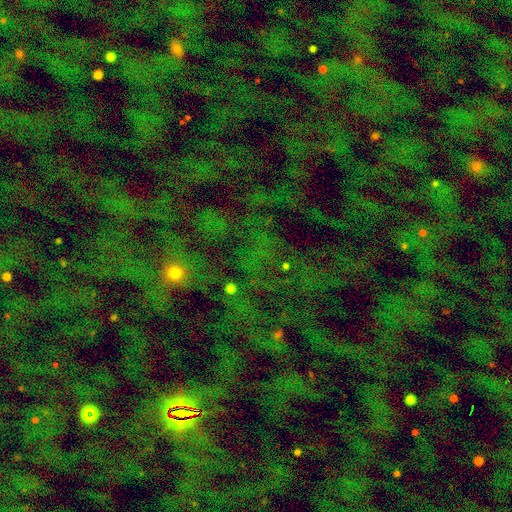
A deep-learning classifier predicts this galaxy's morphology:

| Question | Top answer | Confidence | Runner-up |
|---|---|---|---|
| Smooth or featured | star or artifact | 70% | smooth (20%) |